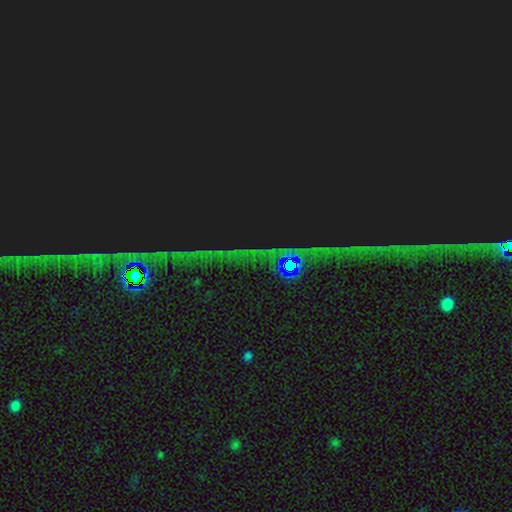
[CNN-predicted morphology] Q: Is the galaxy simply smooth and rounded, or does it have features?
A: star or artifact — 84%.